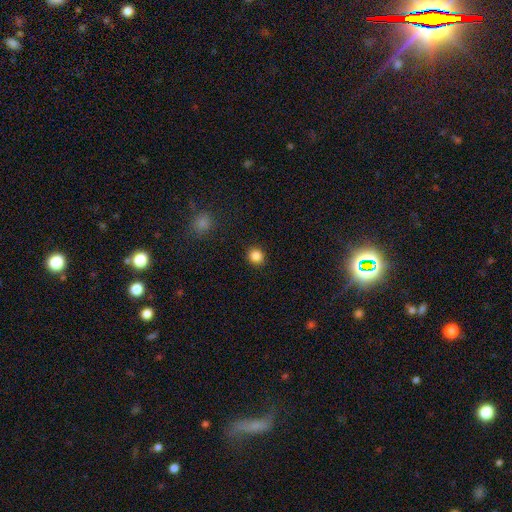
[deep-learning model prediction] A smooth galaxy with no disk features (86%) that is round (85%). Merging: none (91%).